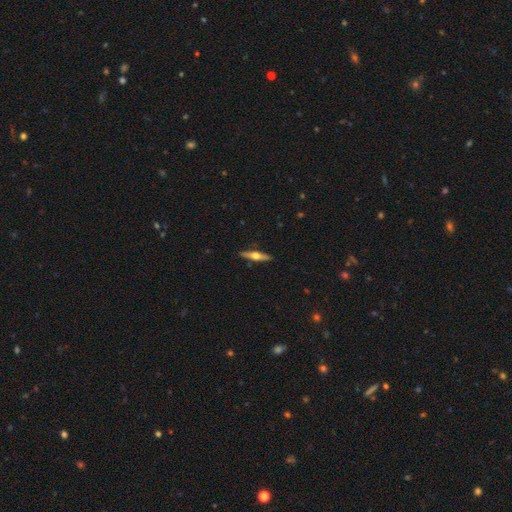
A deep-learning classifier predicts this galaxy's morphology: A featured or disk galaxy (65%) viewed edge-on (96%) with a rounded central bulge (95%).

Vote fractions:
- Smooth or featured? featured or disk: 65% / smooth: 30% / star or artifact: 5%
- Edge-on disk? yes: 96% / no: 4%
- Edge-on bulge? rounded: 95% / boxy: 3% / none: 2%
- Merging? none: 91% / minor disturbance: 6% / major disturbance: 1% / merger: 1%